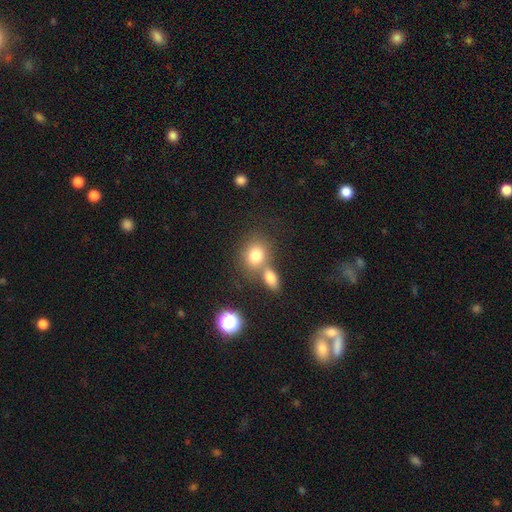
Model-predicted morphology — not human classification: Smooth or featured? Predicted: smooth (p=0.78). How rounded? Predicted: round (p=0.61). Merging? Predicted: none (p=0.48).